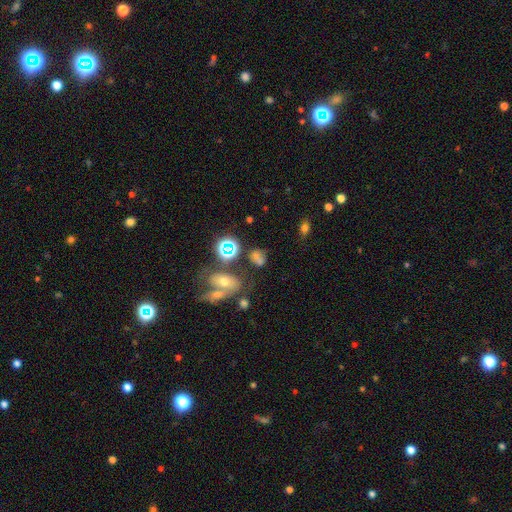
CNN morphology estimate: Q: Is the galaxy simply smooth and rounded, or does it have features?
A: smooth — 54%.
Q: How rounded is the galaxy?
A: in between — 57%.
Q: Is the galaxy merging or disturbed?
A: none — 49%.